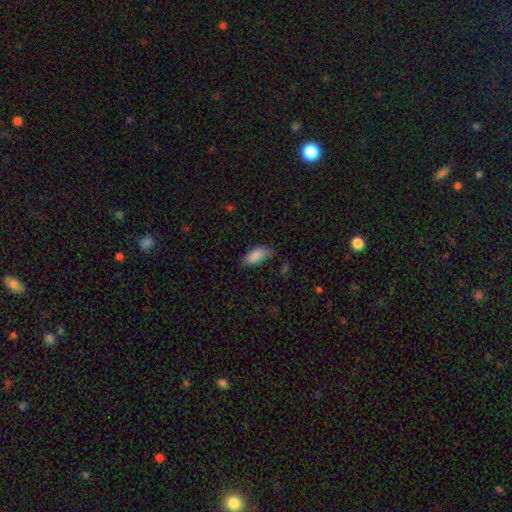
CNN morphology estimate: smooth_or_featured: smooth (p=0.87) [alt: star or artifact p=0.07]
how_rounded: in between (p=0.90) [alt: cigar-shaped p=0.08]
merging: none (p=0.63) [alt: minor disturbance p=0.28]